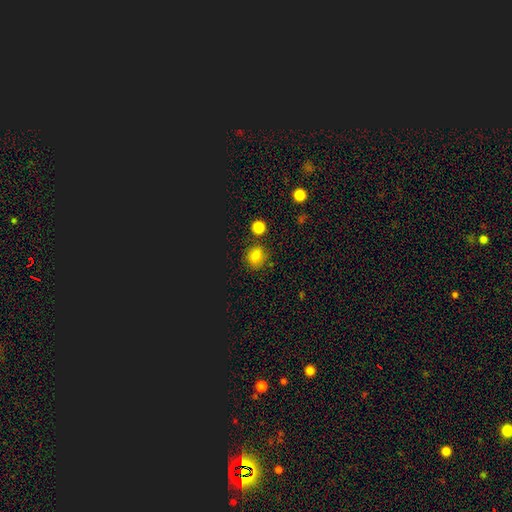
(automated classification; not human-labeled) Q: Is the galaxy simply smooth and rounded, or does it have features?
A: smooth — 76%.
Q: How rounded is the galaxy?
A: round — 79%.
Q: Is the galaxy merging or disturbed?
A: none — 79%.